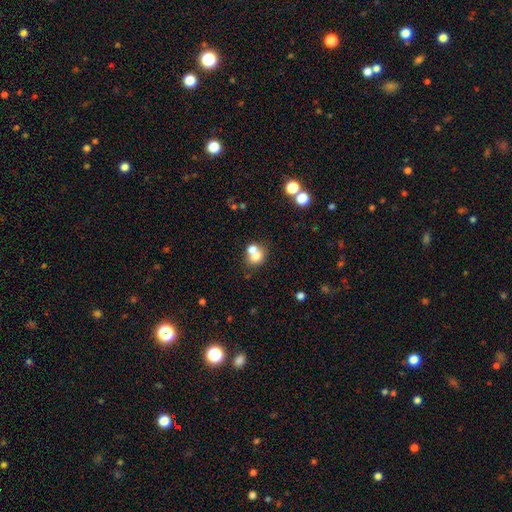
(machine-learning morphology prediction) Smooth or featured? Predicted: smooth (p=0.70). How rounded? Predicted: round (p=0.71). Merging? Predicted: merger (p=0.50).